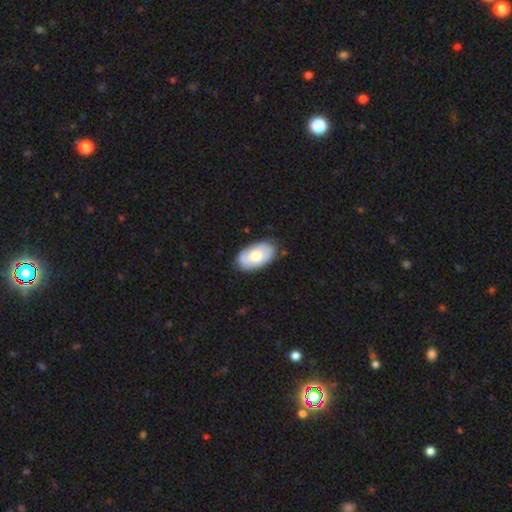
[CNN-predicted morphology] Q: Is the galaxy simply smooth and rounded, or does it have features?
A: smooth — 66%.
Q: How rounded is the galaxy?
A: in between — 93%.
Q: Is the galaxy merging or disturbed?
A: none — 81%.